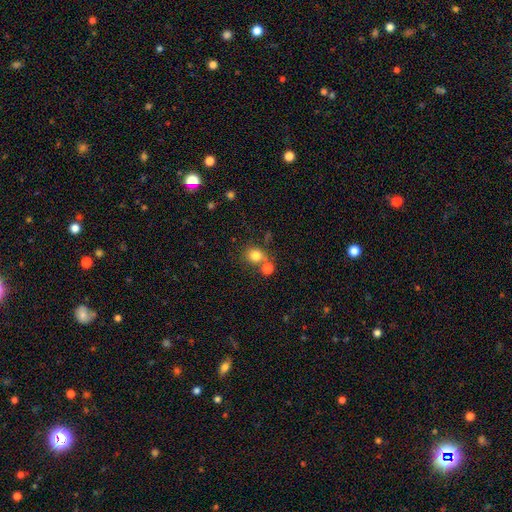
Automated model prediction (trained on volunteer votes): A smooth galaxy with no disk features (80%) that is round (80%).

Vote fractions:
- Smooth or featured? smooth: 80% / star or artifact: 13% / featured or disk: 7%
- How rounded? round: 80% / in between: 19% / cigar-shaped: 1%
- Merging? none: 62% / merger: 24% / minor disturbance: 10% / major disturbance: 4%